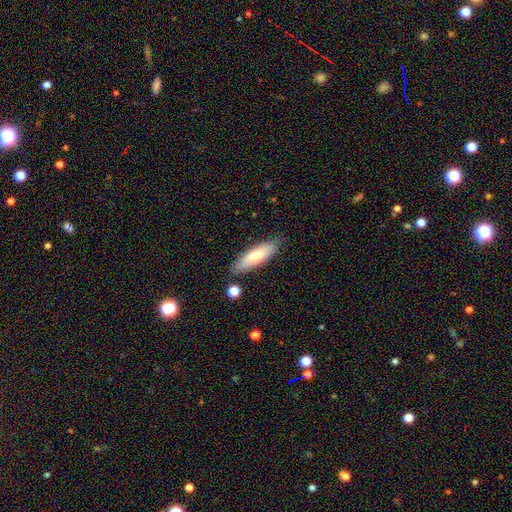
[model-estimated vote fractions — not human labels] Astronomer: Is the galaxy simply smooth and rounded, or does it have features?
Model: smooth — 68%.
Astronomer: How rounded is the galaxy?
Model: cigar-shaped — 53% (runner-up: in between, 45%).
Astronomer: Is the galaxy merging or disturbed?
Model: none — 80%.